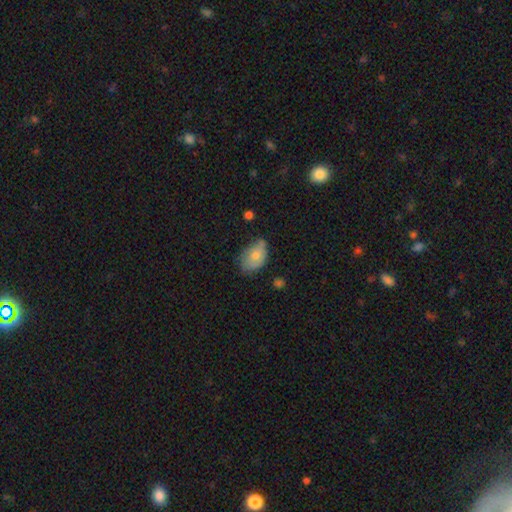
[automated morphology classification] smooth 71%, featured or disk 22%, star or artifact 8%. Down the decision tree: how rounded — in between (85%); merging — none (47%).